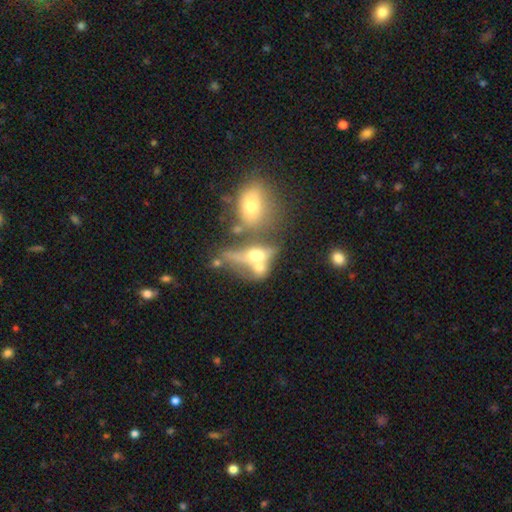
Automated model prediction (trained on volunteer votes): smooth_or_featured: smooth (p=0.48) [alt: featured or disk p=0.37]
merging: merger (p=0.61) [alt: none p=0.18]